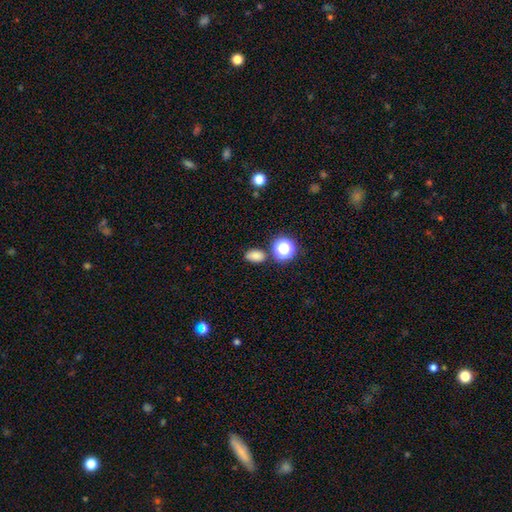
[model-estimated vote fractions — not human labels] smooth 79%, star or artifact 16%, featured or disk 5%. Down the decision tree: how rounded — in between (77%); merging — none (76%).